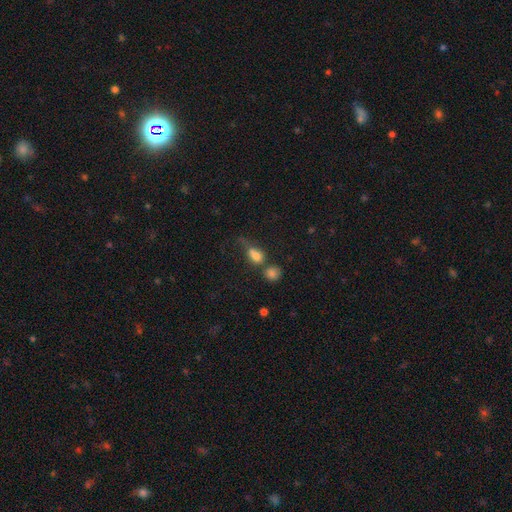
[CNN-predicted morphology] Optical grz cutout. It shows a smooth galaxy with no disk features (76%) that is in between round and cigar-shaped (53%). Merging: merger (41%).